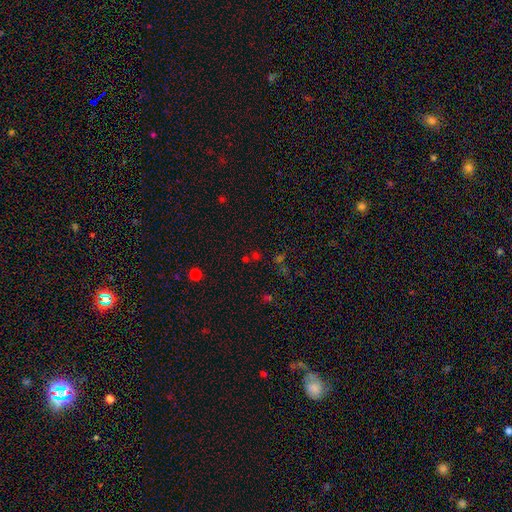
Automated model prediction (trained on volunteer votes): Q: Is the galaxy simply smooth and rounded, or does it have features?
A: star or artifact — 50%.